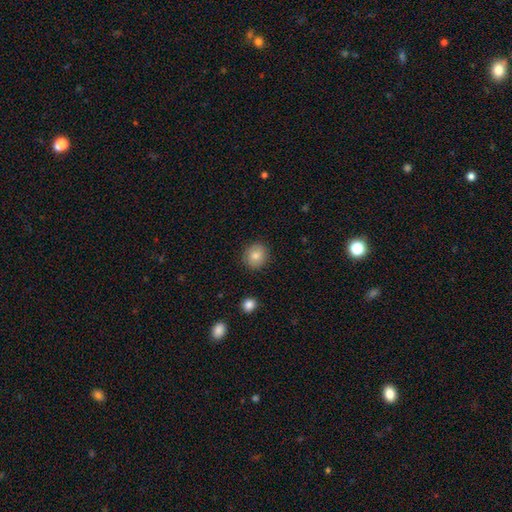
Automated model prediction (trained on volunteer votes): Smooth or featured: smooth — 82% (featured or disk — 9%)
How rounded: round — 82% (in between — 17%)
Merging: none — 89% (minor disturbance — 8%)